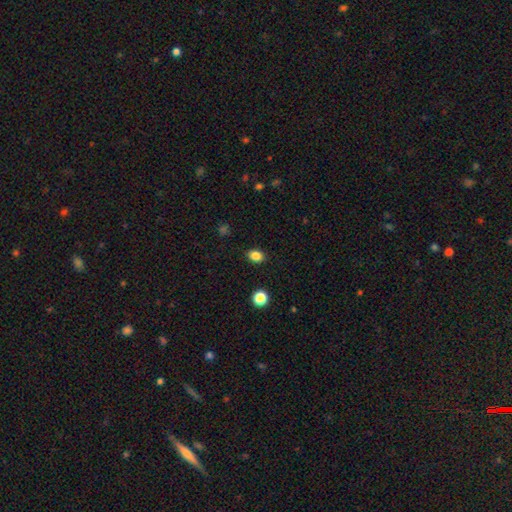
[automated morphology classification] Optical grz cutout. It shows a smooth galaxy with no disk features (85%) that is in between round and cigar-shaped (62%). Merging: none (89%).